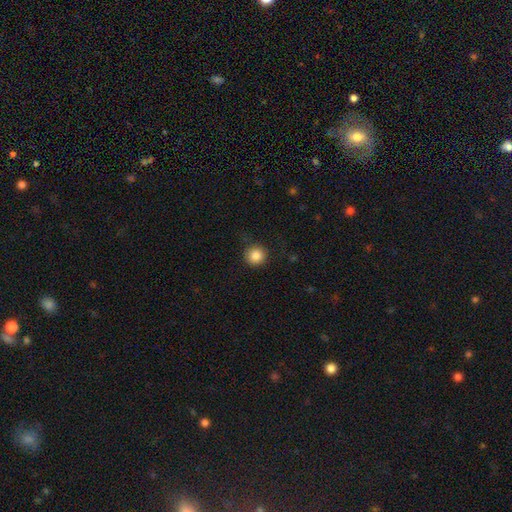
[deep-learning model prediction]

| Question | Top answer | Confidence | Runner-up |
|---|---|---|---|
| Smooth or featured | smooth | 85% | star or artifact (10%) |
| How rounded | round | 94% | in between (5%) |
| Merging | none | 85% | minor disturbance (10%) |